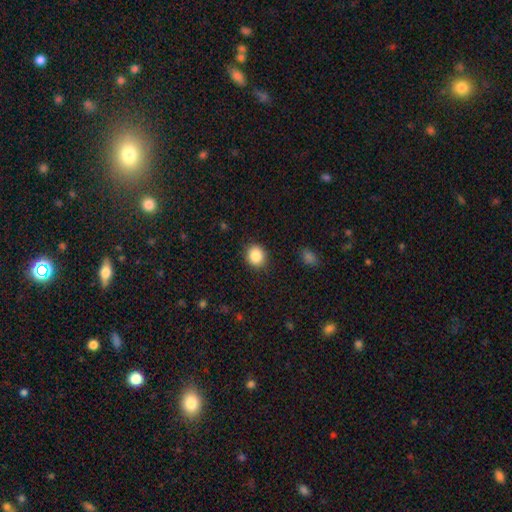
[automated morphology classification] This is clearly a smooth galaxy (87%). How rounded: likely round (74%). Merging: clearly none (88%).